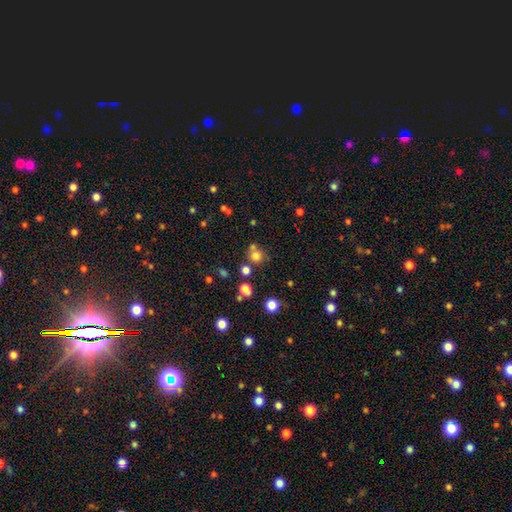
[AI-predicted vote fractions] smooth-or-featured: smooth: 73% | star or artifact: 19% | featured or disk: 8%
  how-rounded: round: 87% | in between: 12% | cigar-shaped: 1%
  merging: none: 60% | merger: 26% | minor disturbance: 10% | major disturbance: 5%